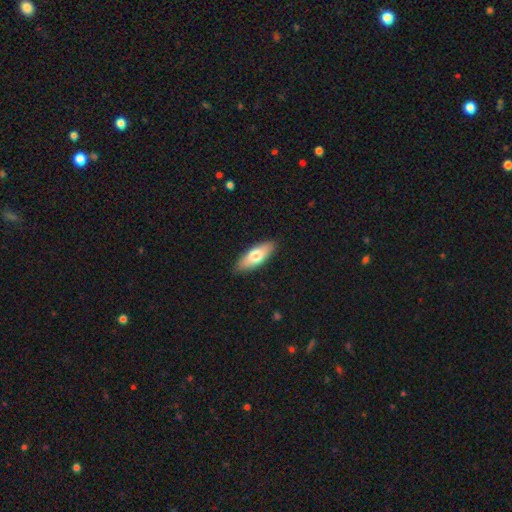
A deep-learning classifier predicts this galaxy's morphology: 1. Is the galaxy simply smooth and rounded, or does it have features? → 71% smooth, 24% featured or disk, 6% star or artifact.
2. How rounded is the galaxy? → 70% in between, 28% cigar-shaped, 2% round.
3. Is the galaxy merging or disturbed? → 88% none, 9% minor disturbance, 2% major disturbance, 1% merger.